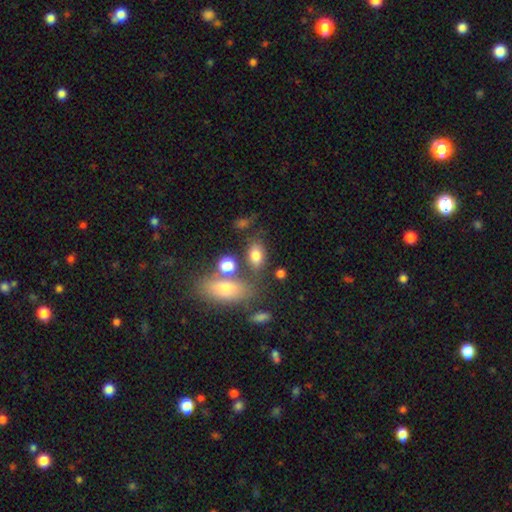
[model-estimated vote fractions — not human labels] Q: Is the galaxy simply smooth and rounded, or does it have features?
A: smooth — 77%.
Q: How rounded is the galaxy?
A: in between — 83%.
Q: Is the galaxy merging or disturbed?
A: none — 59%.